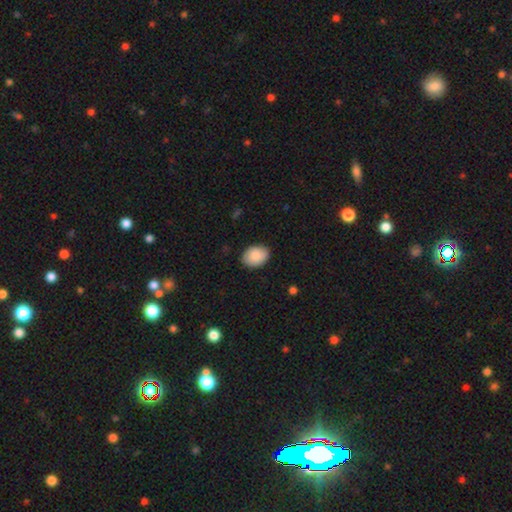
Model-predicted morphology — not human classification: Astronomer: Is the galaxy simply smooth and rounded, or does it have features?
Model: smooth — 88%.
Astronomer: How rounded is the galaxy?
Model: in between — 74%.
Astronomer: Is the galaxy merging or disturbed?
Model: none — 86%.